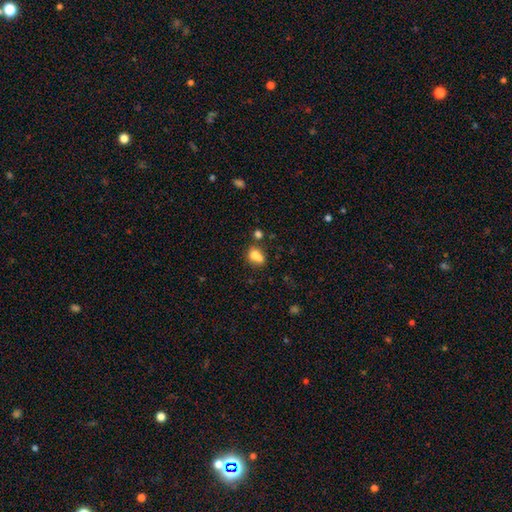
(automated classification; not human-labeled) Overall: smooth (74%). How rounded: in between (51%; round 48%). Merging: merger (49%; none 34%).